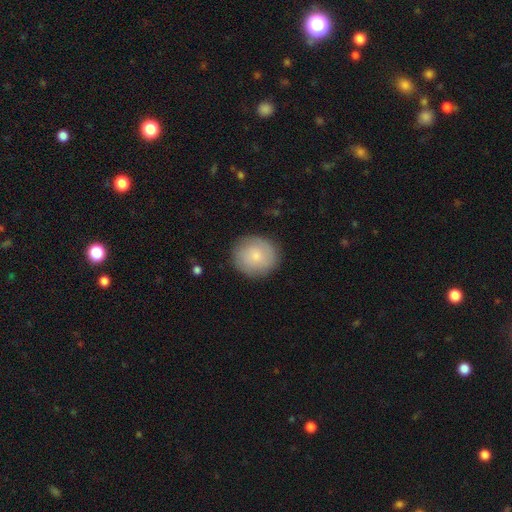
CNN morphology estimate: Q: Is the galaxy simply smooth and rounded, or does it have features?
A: smooth — 73%.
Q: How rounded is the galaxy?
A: round — 86%.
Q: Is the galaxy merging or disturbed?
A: none — 86%.